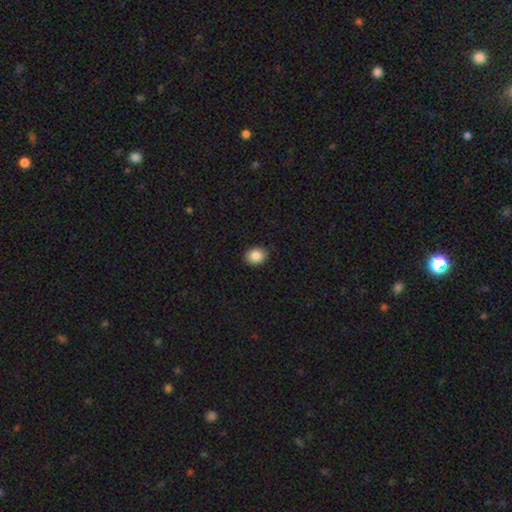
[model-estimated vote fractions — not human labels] A smooth galaxy with no disk features (86%) that is round (51%).

Vote fractions:
- Smooth or featured? smooth: 86% / star or artifact: 8% / featured or disk: 5%
- How rounded? round: 51% / in between: 48% / cigar-shaped: 1%
- Merging? none: 89% / minor disturbance: 9% / major disturbance: 2% / merger: 1%